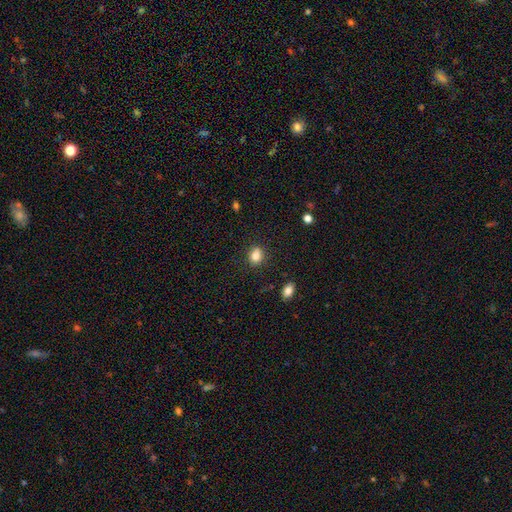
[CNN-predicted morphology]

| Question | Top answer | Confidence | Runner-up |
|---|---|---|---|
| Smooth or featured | smooth | 82% | star or artifact (11%) |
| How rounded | round | 53% | in between (46%) |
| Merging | none | 79% | minor disturbance (13%) |